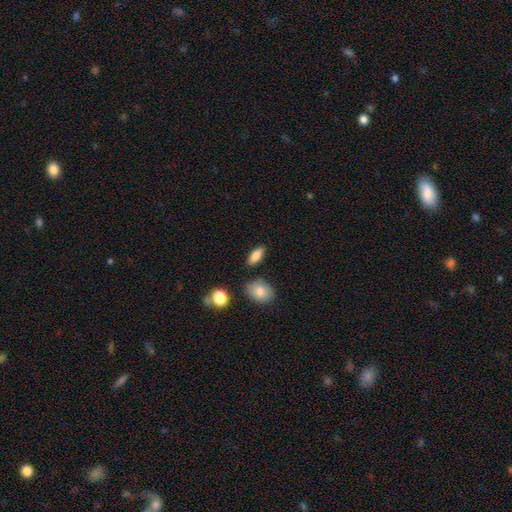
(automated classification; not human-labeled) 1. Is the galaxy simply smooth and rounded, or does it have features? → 84% smooth, 9% featured or disk, 7% star or artifact.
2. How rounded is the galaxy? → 83% in between, 13% cigar-shaped, 4% round.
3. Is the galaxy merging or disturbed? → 84% none, 10% minor disturbance, 3% merger, 3% major disturbance.